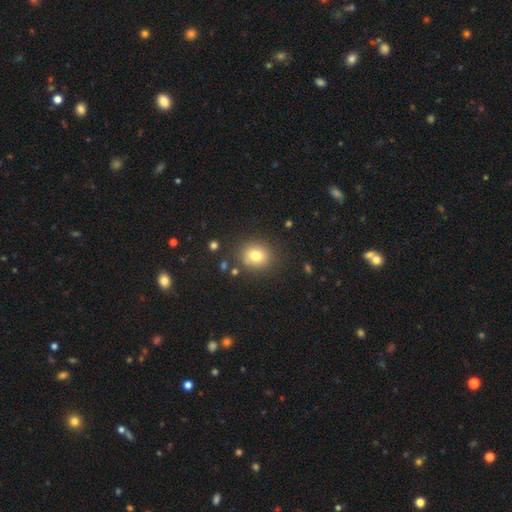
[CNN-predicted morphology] Smooth or featured? Predicted: smooth (p=0.78). How rounded? Predicted: round (p=0.76). Merging? Predicted: none (p=0.84).